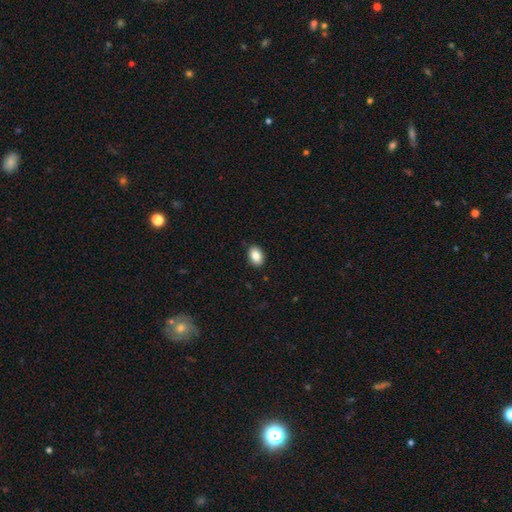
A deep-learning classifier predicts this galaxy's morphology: Overall: smooth (87%). How rounded: in between (82%). Merging: none (89%).